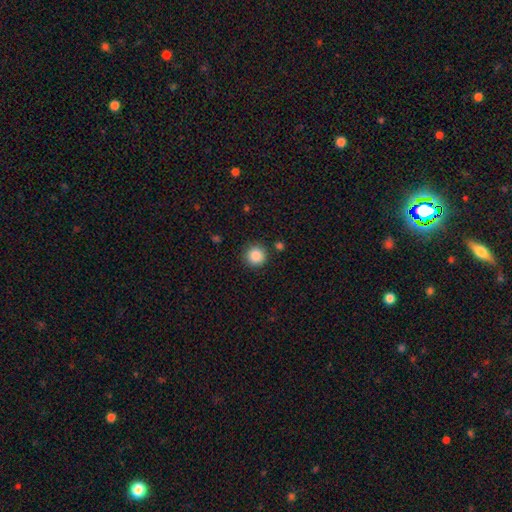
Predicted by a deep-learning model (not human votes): Smooth or featured? Predicted: smooth (p=0.87). How rounded? Predicted: round (p=0.95). Merging? Predicted: none (p=0.88).